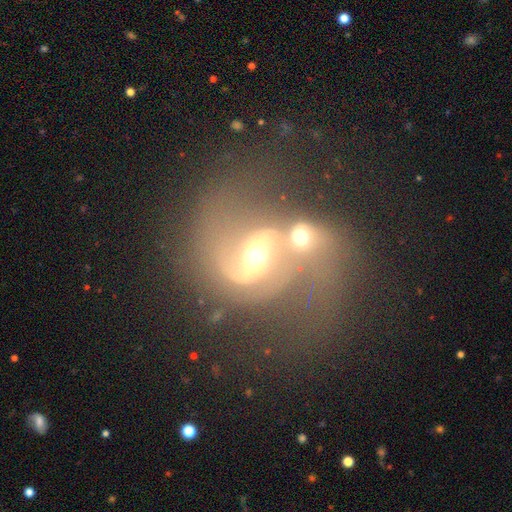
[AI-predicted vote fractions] A featured or disk galaxy (85%) with a weak bar (43%), 2 (85%) loose (46%) spiral arms (94%) and a moderate central bulge (61%).

Vote fractions:
- Smooth or featured? featured or disk: 85% / smooth: 8% / star or artifact: 7%
- Edge-on disk? no: 98% / yes: 2%
- Bar? weak: 43% / no: 30% / strong: 26%
- Spiral arms? yes: 94% / no: 6%
- Spiral winding? loose: 46% / medium: 44% / tight: 10%
- Spiral arm count? 2: 85% / 1: 8% / can't tell: 4% / 3: 2% / 4: 1% / more than 4: 1%
- Bulge size? moderate: 61% / small: 25% / large: 10% / none: 2% / dominant: 2%
- Merging? merger: 54% / none: 23% / major disturbance: 13% / minor disturbance: 9%